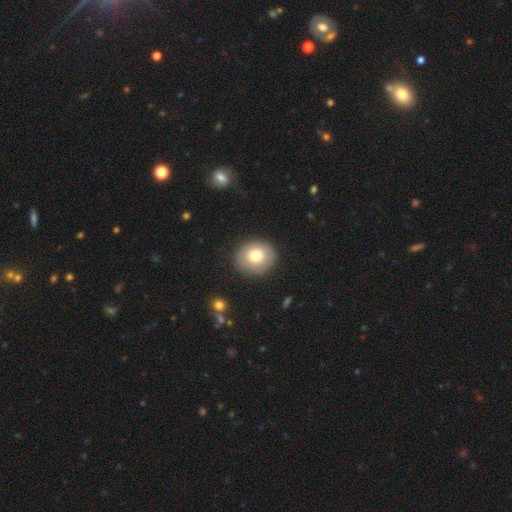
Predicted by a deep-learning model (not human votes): Smooth or featured? smooth (77%)
How rounded? round (80%)
Merging? none (87%)